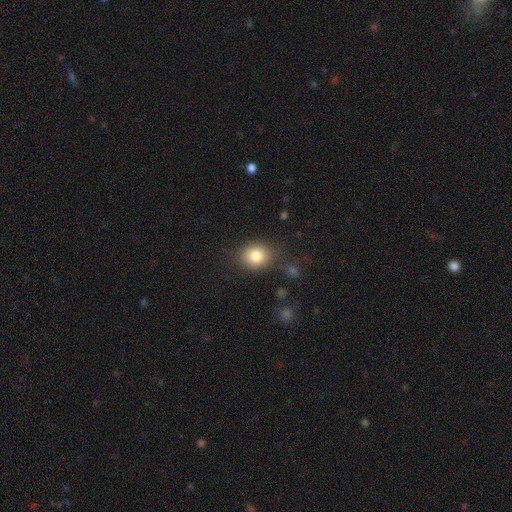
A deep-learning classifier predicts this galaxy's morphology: This appears to be a smooth galaxy with no disk features (82%) that is round (61%). Merging: none (82%).